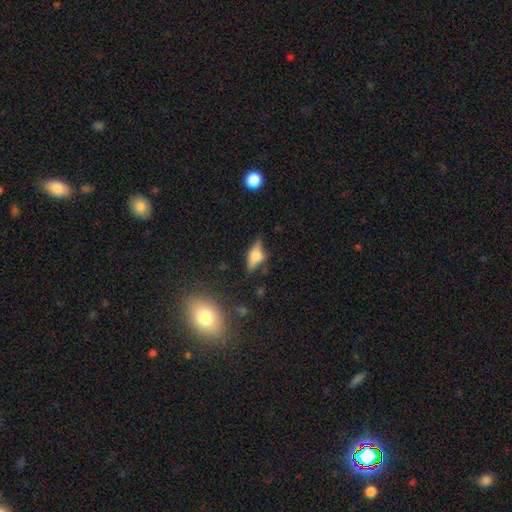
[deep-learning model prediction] This appears to be a featured or disk galaxy (46%). Merging: none (65%).